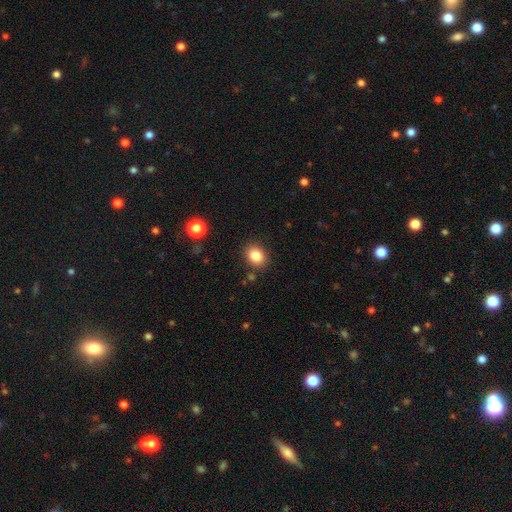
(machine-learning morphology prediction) Q: Smooth or featured?
A: smooth (85%); runner-up: star or artifact (10%)
Q: How rounded?
A: round (52%); runner-up: in between (47%)
Q: Merging?
A: none (86%); runner-up: minor disturbance (9%)